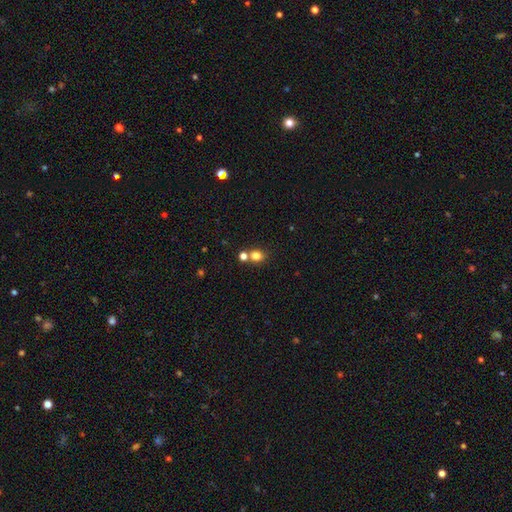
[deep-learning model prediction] This appears to be a smooth galaxy with no disk features (79%) that is round (69%). Merging: none (62%).